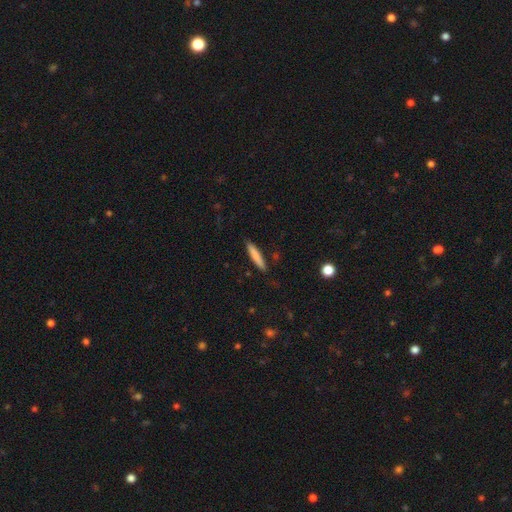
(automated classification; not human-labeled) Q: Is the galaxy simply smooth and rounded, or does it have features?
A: smooth — 79%.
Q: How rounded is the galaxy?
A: cigar-shaped — 92%.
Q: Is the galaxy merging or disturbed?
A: none — 88%.